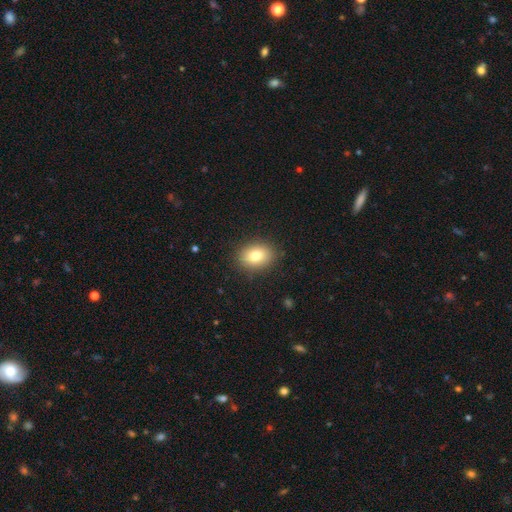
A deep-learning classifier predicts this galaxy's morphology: Smooth or featured: smooth — 80% (featured or disk — 11%)
How rounded: in between — 69% (round — 30%)
Merging: none — 88% (minor disturbance — 8%)